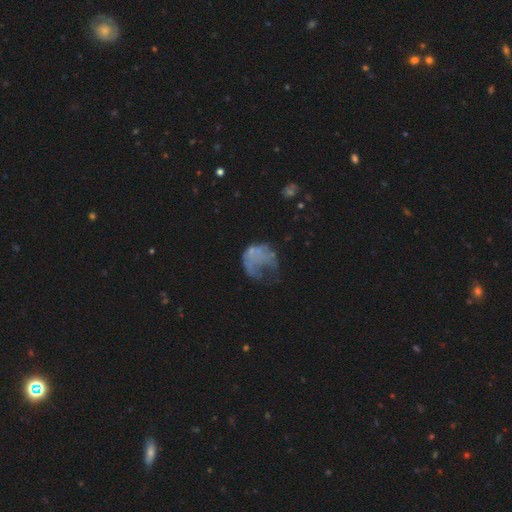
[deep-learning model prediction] Smooth or featured?
  - featured or disk: 47% *
  - smooth: 38%
  - star or artifact: 15%
Merging?
  - major disturbance: 48% *
  - none: 27%
  - minor disturbance: 18%
  - merger: 7%